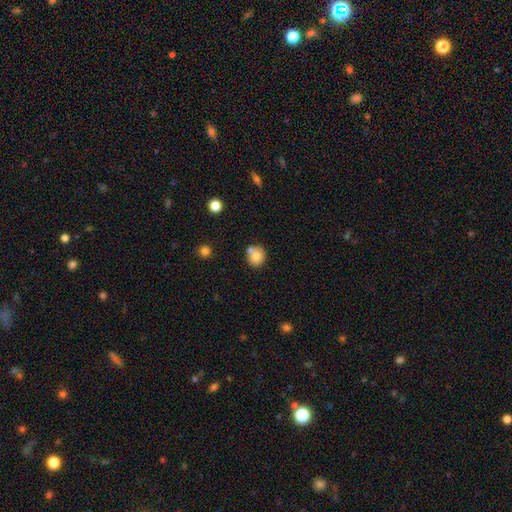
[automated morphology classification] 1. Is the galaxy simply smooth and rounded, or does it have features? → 80% smooth, 10% featured or disk, 10% star or artifact.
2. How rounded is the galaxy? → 82% round, 17% in between, 1% cigar-shaped.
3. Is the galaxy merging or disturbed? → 64% none, 22% merger, 11% minor disturbance, 3% major disturbance.